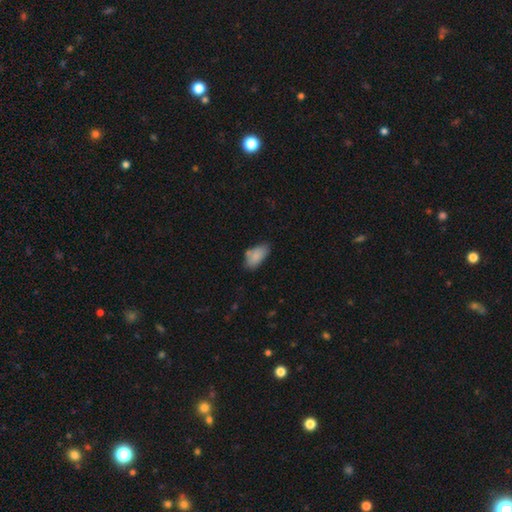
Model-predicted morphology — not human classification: Smooth or featured?
  - smooth: 83% *
  - featured or disk: 9%
  - star or artifact: 8%
How rounded?
  - in between: 92% *
  - round: 4%
  - cigar-shaped: 4%
Merging?
  - none: 56% *
  - minor disturbance: 28%
  - merger: 9%
  - major disturbance: 7%